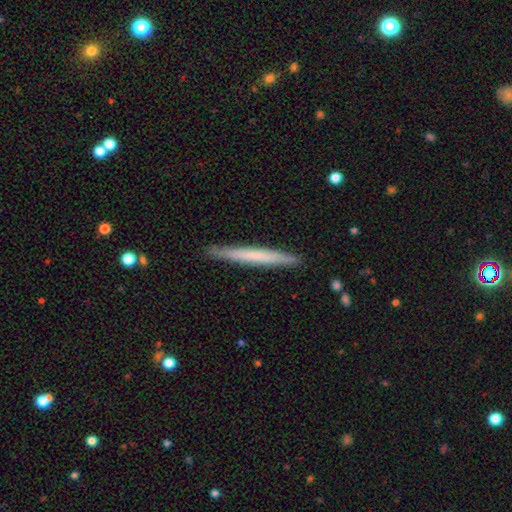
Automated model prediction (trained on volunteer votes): Q: Smooth or featured?
A: smooth (59%); runner-up: featured or disk (36%)
Q: How rounded?
A: cigar-shaped (97%); runner-up: in between (2%)
Q: Merging?
A: none (91%); runner-up: minor disturbance (7%)